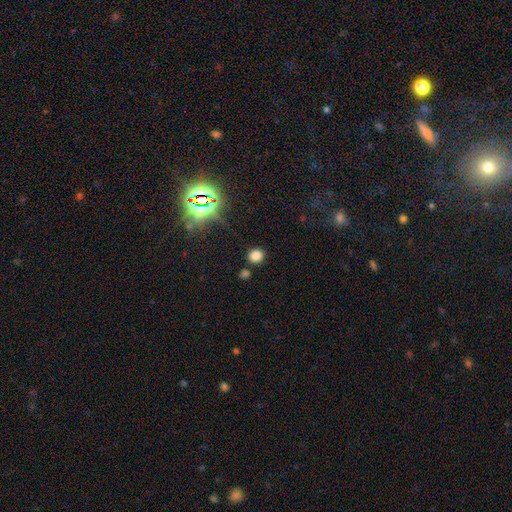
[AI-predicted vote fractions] Q: Smooth or featured?
A: smooth (77%); runner-up: star or artifact (18%)
Q: How rounded?
A: round (86%); runner-up: in between (13%)
Q: Merging?
A: none (84%); runner-up: minor disturbance (7%)